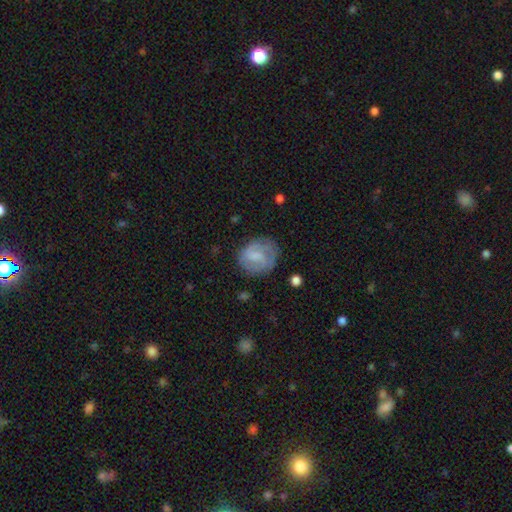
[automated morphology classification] type=smooth (49%); merging=none (70%).